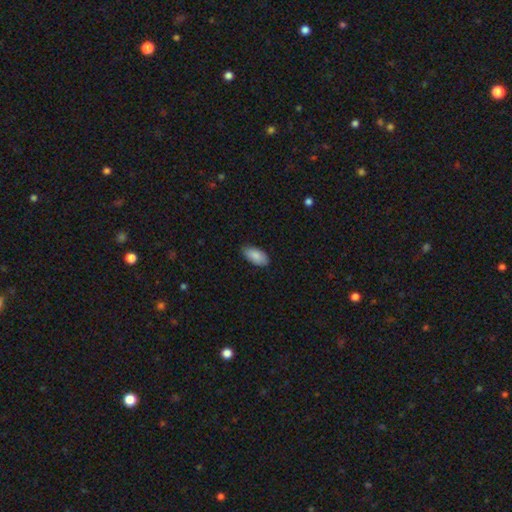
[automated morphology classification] type=smooth (88%); roundness=in between (94%); merging=none (84%).